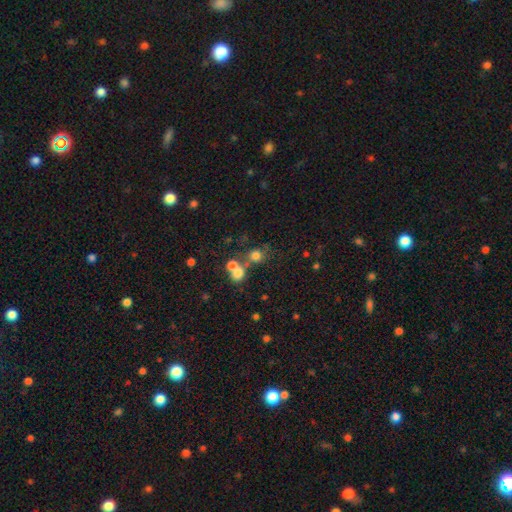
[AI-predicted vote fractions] smooth_or_featured: smooth (p=0.70) [alt: star or artifact p=0.18]
how_rounded: round (p=0.82) [alt: in between p=0.17]
merging: none (p=0.50) [alt: merger p=0.33]